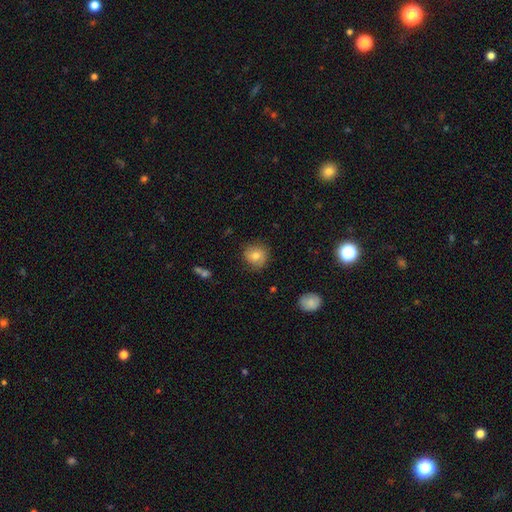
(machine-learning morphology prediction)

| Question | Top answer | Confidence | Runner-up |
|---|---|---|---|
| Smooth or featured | smooth | 76% | featured or disk (15%) |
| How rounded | round | 86% | in between (13%) |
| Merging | none | 81% | minor disturbance (14%) |